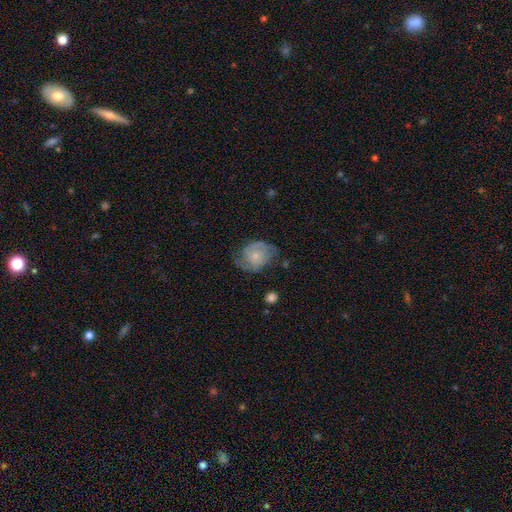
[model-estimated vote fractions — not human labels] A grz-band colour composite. It shows a featured or disk galaxy (60%) with no bar (76%), 2 (69%) medium (42%) spiral arms (86%) and a small central bulge (51%). Merging: none (58%).